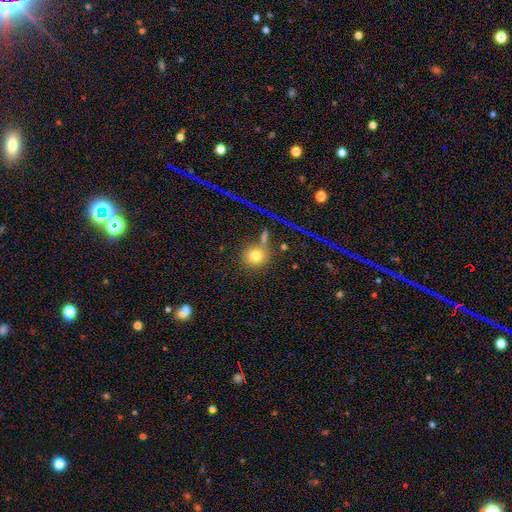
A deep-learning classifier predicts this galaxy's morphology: smooth-or-featured: smooth: 75% | star or artifact: 14% | featured or disk: 10%
  how-rounded: round: 88% | in between: 10% | cigar-shaped: 1%
  merging: none: 68% | merger: 14% | minor disturbance: 11% | major disturbance: 7%